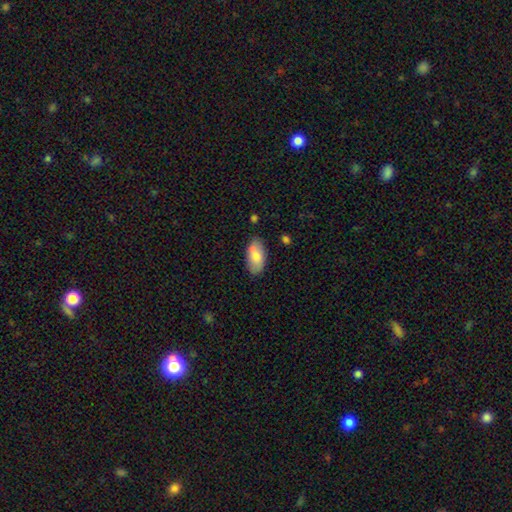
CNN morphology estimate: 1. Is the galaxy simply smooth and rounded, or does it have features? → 77% smooth, 17% featured or disk, 6% star or artifact.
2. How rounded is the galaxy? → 94% in between, 3% cigar-shaped, 3% round.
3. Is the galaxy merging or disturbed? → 77% none, 16% minor disturbance, 4% merger, 3% major disturbance.